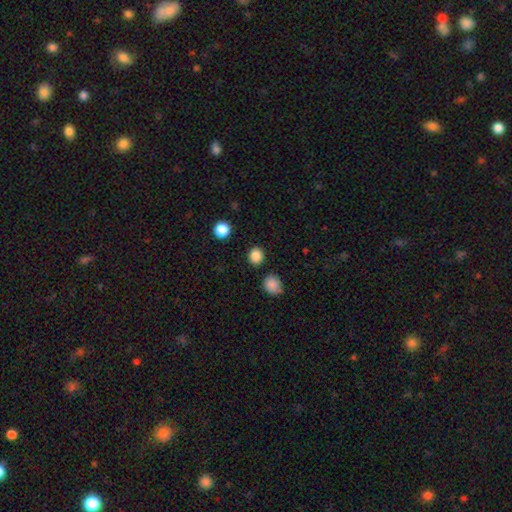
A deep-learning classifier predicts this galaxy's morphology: A smooth galaxy with no disk features (86%) that is round (81%).

Vote fractions:
- Smooth or featured? smooth: 86% / star or artifact: 11% / featured or disk: 3%
- How rounded? round: 81% / in between: 18% / cigar-shaped: 1%
- Merging? none: 88% / minor disturbance: 7% / merger: 3% / major disturbance: 2%